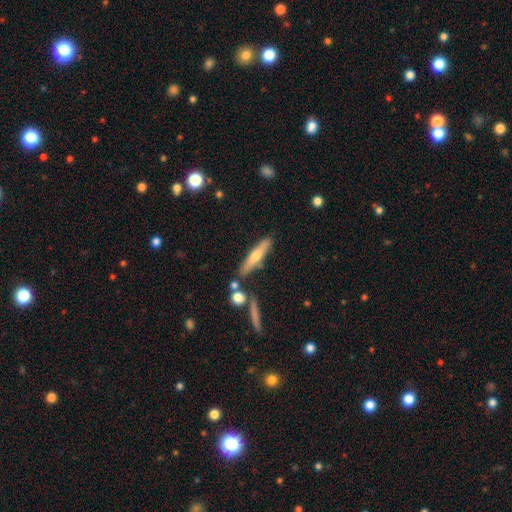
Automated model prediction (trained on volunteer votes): Overall: smooth (54%; featured or disk 40%). How rounded: cigar-shaped (85%). Merging: none (75%).